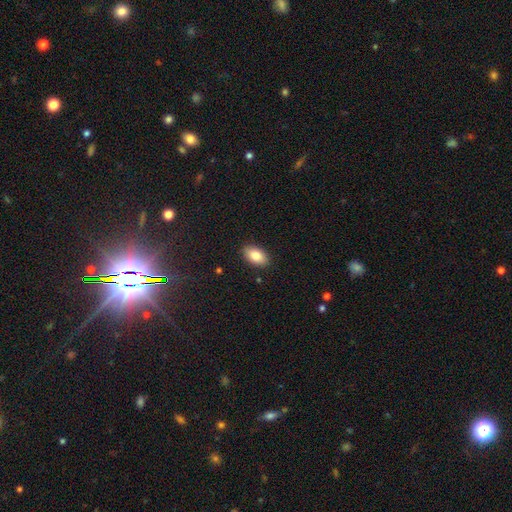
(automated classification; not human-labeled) Smooth or featured?
  - smooth: 83% *
  - featured or disk: 10%
  - star or artifact: 7%
How rounded?
  - in between: 92% *
  - round: 6%
  - cigar-shaped: 2%
Merging?
  - none: 89% *
  - minor disturbance: 8%
  - major disturbance: 2%
  - merger: 1%